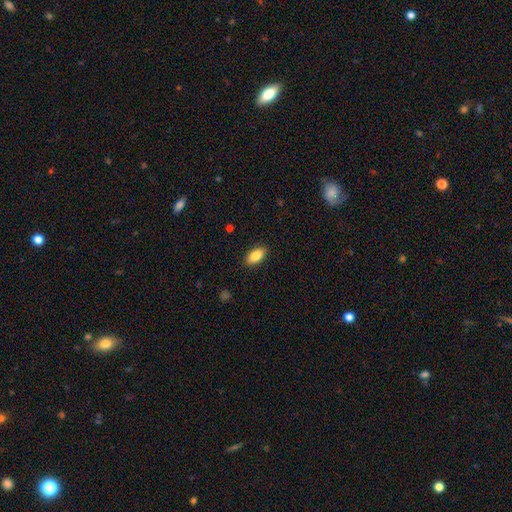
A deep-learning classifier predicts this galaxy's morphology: A smooth galaxy with no disk features (87%) that is in between round and cigar-shaped (92%).

Vote fractions:
- Smooth or featured? smooth: 87% / star or artifact: 7% / featured or disk: 6%
- How rounded? in between: 92% / cigar-shaped: 4% / round: 3%
- Merging? none: 89% / minor disturbance: 8% / major disturbance: 2% / merger: 1%